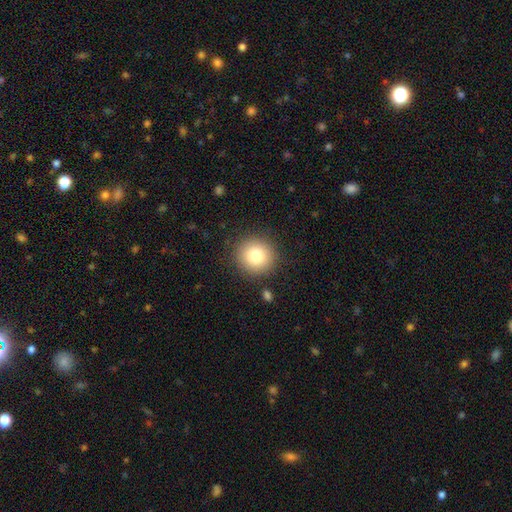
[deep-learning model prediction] This appears to be a smooth galaxy with no disk features (81%) that is round (92%). Merging: none (88%).